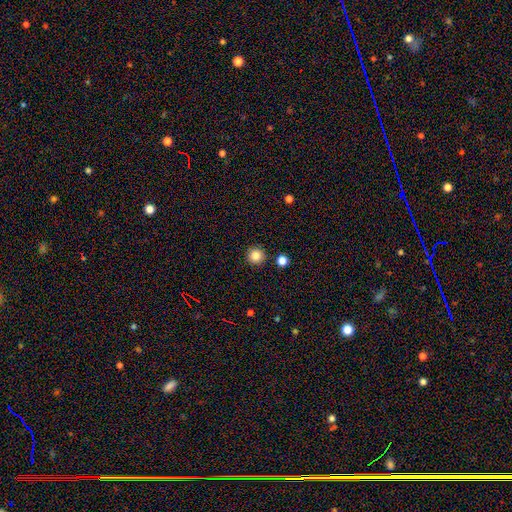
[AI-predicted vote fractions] Q: Smooth or featured?
A: smooth (83%); runner-up: star or artifact (11%)
Q: How rounded?
A: round (96%); runner-up: in between (3%)
Q: Merging?
A: none (91%); runner-up: minor disturbance (5%)